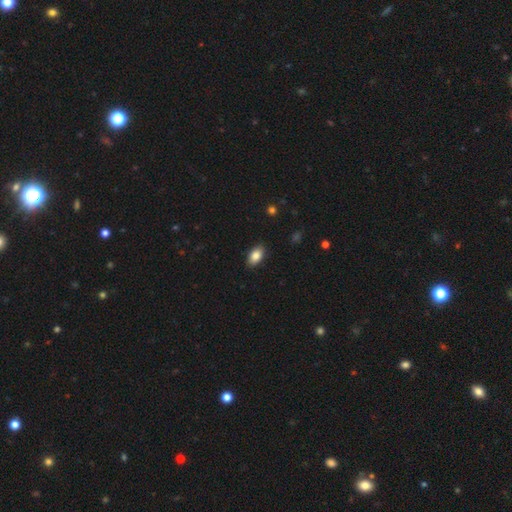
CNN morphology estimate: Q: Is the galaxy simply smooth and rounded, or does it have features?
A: smooth — 85%.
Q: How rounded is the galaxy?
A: in between — 92%.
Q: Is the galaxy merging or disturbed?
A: none — 88%.